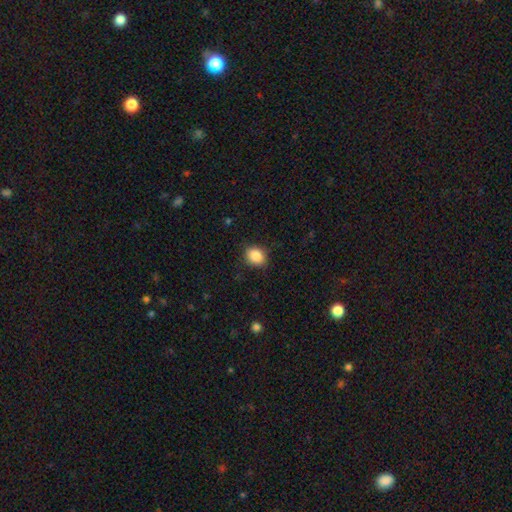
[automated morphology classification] smooth-or-featured: smooth: 88% | star or artifact: 9% | featured or disk: 4%
  how-rounded: round: 54% | in between: 45% | cigar-shaped: 1%
  merging: none: 84% | minor disturbance: 12% | major disturbance: 3% | merger: 1%